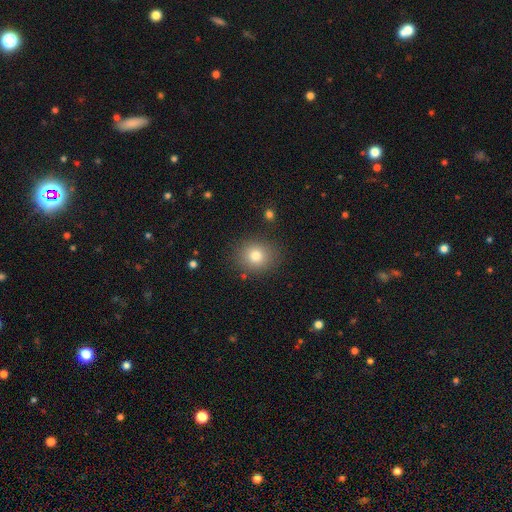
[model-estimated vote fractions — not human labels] This appears to be a smooth galaxy with no disk features (79%) that is round (76%). Merging: none (85%).